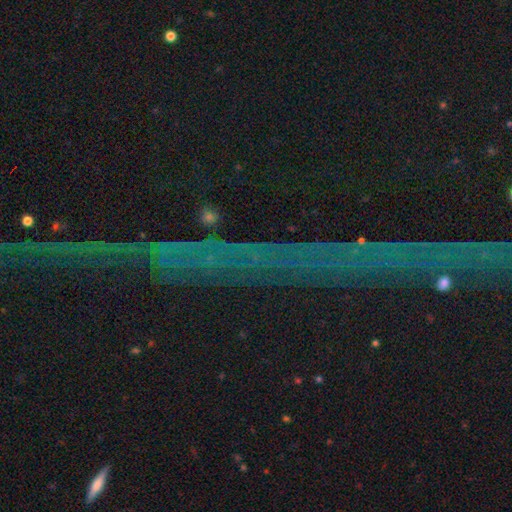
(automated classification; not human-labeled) smooth-or-featured: star or artifact: 81% | featured or disk: 11% | smooth: 8%